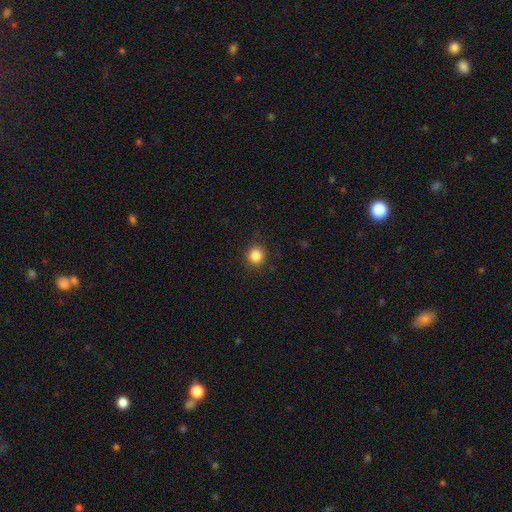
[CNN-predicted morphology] Smooth or featured?
  - smooth: 85% *
  - star or artifact: 11%
  - featured or disk: 4%
How rounded?
  - round: 90% *
  - in between: 9%
  - cigar-shaped: 1%
Merging?
  - none: 90% *
  - minor disturbance: 7%
  - major disturbance: 2%
  - merger: 1%